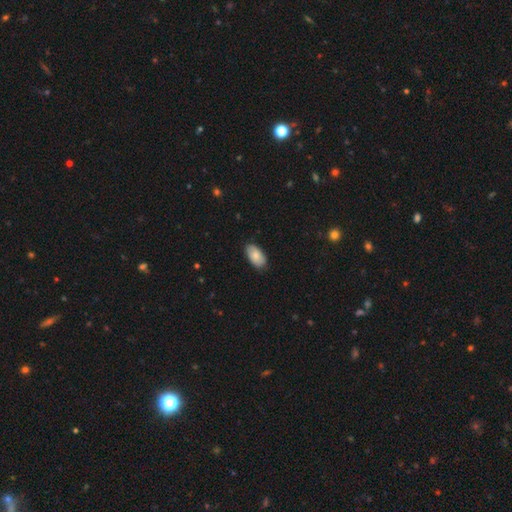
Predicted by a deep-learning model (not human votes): Smooth or featured: smooth — 78% (featured or disk — 16%)
How rounded: in between — 95% (round — 4%)
Merging: none — 84% (minor disturbance — 13%)